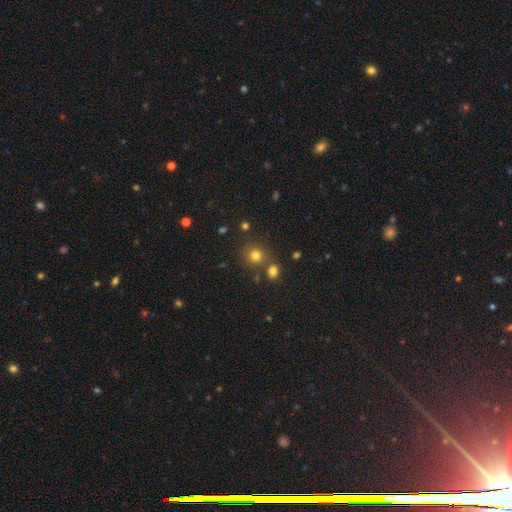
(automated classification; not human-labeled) Smooth or featured? smooth (76%)
How rounded? round (88%)
Merging? none (73%)